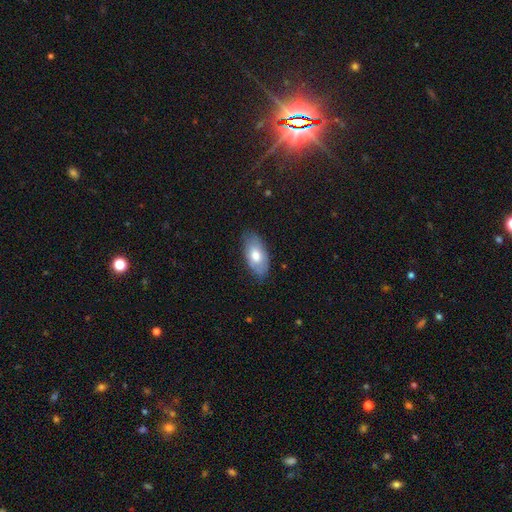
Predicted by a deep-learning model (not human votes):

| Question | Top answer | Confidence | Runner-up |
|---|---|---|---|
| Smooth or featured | smooth | 70% | featured or disk (24%) |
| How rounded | in between | 93% | cigar-shaped (4%) |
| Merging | none | 75% | minor disturbance (21%) |